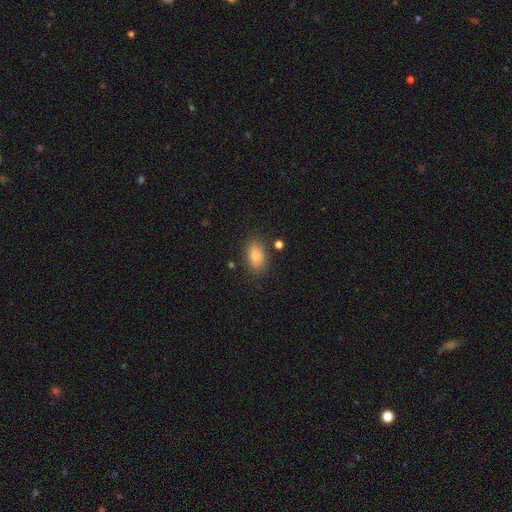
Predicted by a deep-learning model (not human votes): Smooth or featured? smooth (83%)
How rounded? in between (88%)
Merging? none (83%)